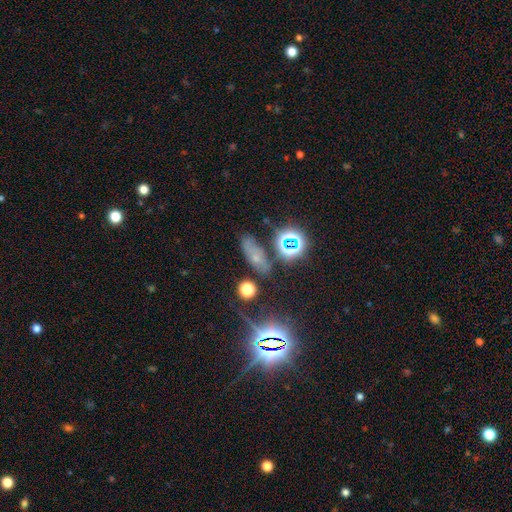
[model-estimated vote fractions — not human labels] Morphology: type=star or artifact (40%).